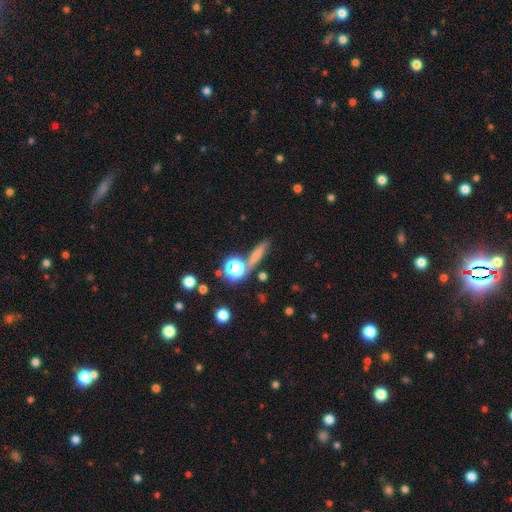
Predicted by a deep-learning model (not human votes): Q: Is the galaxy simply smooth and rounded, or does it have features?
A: smooth — 62%.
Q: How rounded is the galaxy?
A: cigar-shaped — 68%.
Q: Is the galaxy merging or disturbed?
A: none — 72%.